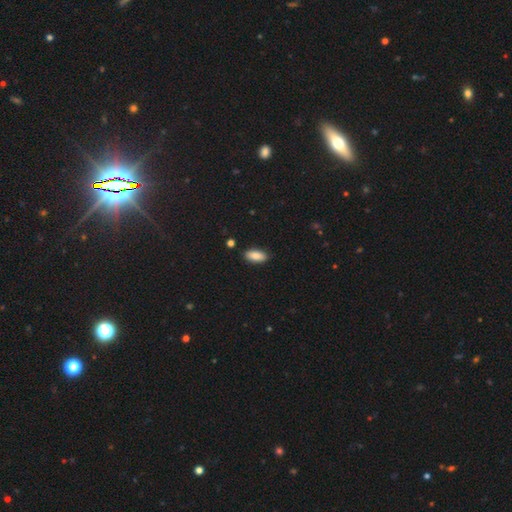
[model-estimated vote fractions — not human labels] Smooth or featured? smooth (85%)
How rounded? in between (89%)
Merging? none (89%)